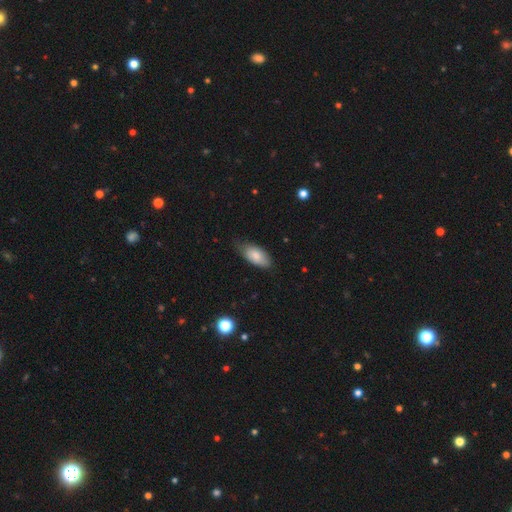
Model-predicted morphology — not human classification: smooth_or_featured: smooth (p=0.83) [alt: featured or disk p=0.11]
how_rounded: in between (p=0.90) [alt: cigar-shaped p=0.08]
merging: none (p=0.63) [alt: minor disturbance p=0.30]